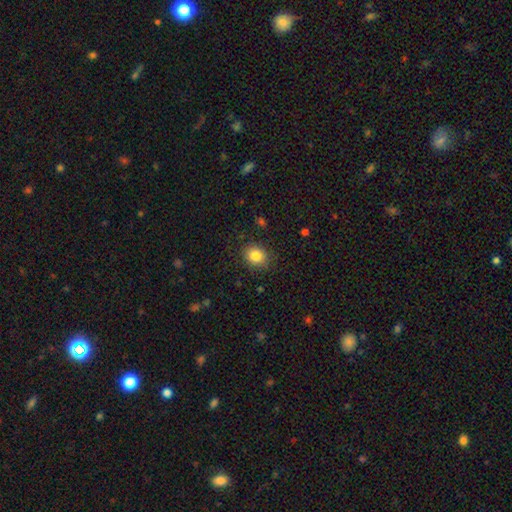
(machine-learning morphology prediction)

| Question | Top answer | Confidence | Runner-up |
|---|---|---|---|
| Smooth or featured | smooth | 83% | star or artifact (10%) |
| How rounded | round | 67% | in between (32%) |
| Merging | none | 87% | minor disturbance (10%) |